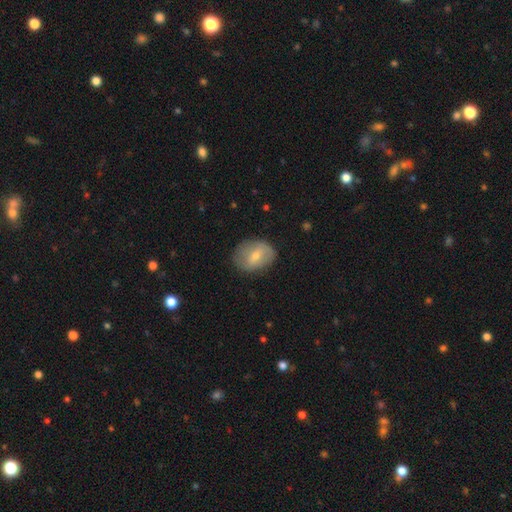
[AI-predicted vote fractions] A smooth galaxy with no disk features (55%) that is in between round and cigar-shaped (58%). Merging: none (79%).